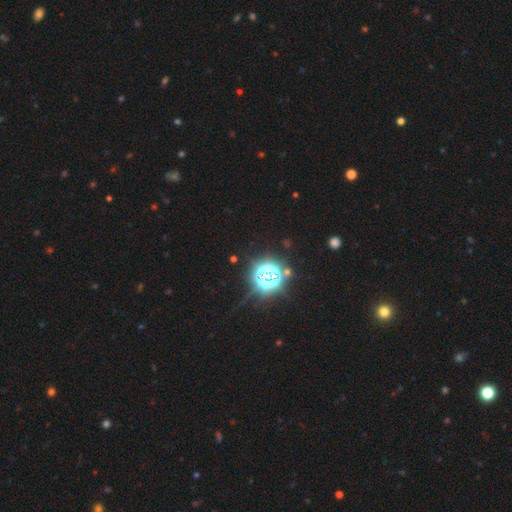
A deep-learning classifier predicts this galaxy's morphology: Smooth or featured: star or artifact — 84% (smooth — 11%)